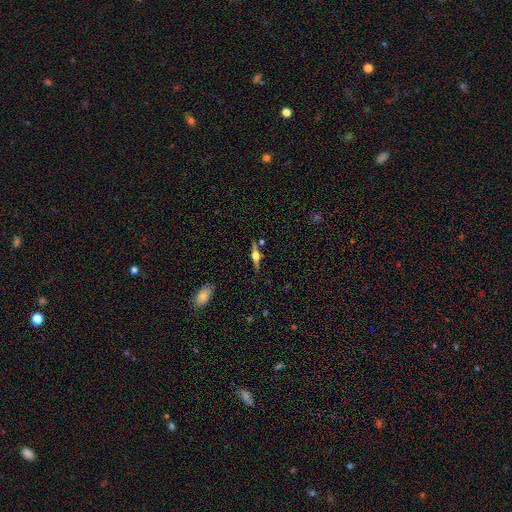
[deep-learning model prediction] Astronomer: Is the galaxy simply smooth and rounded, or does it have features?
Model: featured or disk — 68%.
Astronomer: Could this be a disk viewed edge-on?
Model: yes — 96%.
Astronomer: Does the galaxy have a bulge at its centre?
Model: rounded — 93%.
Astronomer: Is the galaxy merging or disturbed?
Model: none — 82%.